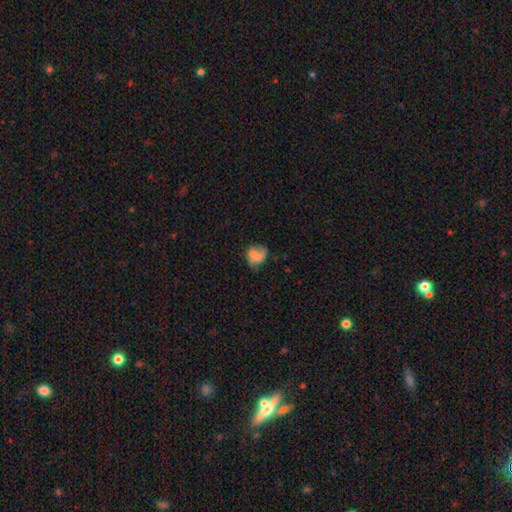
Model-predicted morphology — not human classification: The model was most divided on "smooth or featured": smooth: 48%, featured or disk: 42%, star or artifact: 10%. Remaining: merging — none (43%).